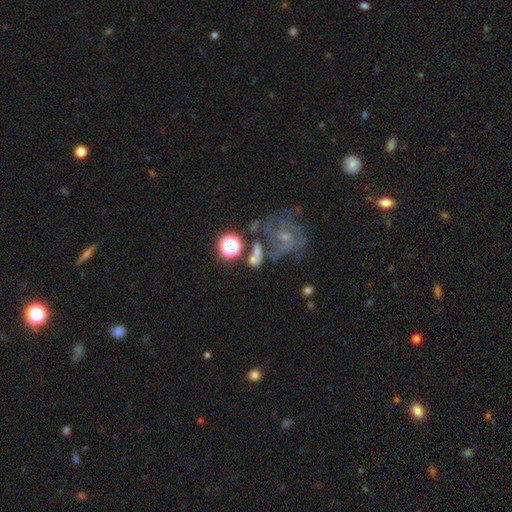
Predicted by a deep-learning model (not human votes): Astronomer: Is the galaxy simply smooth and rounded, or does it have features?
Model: smooth — 50% (runner-up: featured or disk, 26%).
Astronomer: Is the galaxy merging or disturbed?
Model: none — 46% (runner-up: merger, 25%).